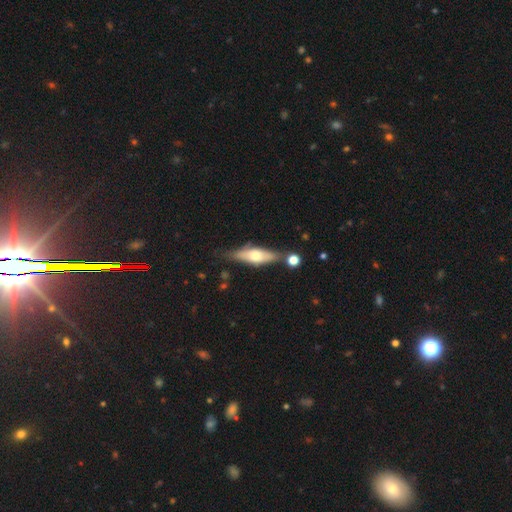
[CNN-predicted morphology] Q: Smooth or featured?
A: featured or disk (49%); runner-up: smooth (44%)
Q: Merging?
A: none (67%); runner-up: minor disturbance (19%)